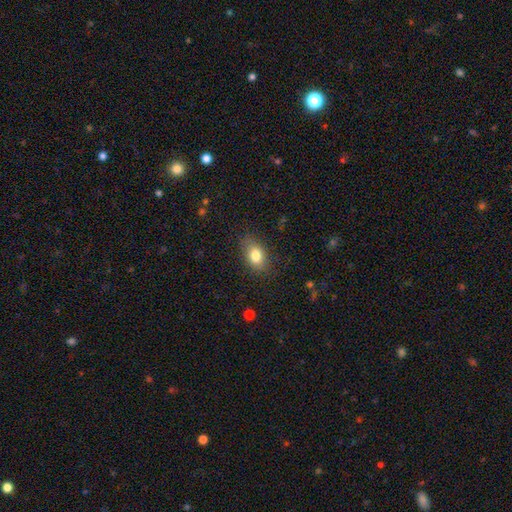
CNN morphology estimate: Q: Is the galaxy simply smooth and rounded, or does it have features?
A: smooth — 80%.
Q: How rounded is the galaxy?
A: in between — 84%.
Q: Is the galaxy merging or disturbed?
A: none — 80%.